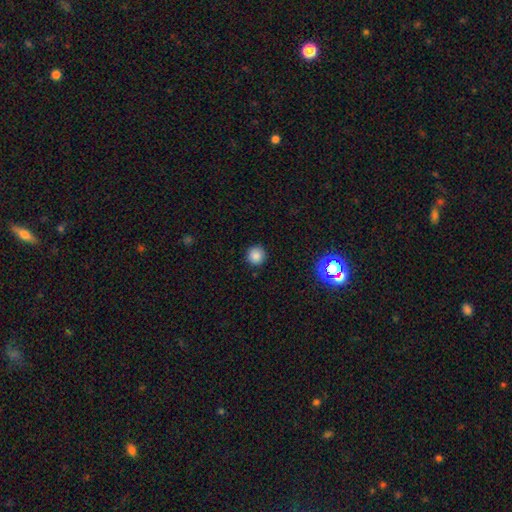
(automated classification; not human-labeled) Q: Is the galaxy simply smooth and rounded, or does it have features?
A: smooth — 84%.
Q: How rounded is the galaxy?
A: round — 95%.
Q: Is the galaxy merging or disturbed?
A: none — 90%.